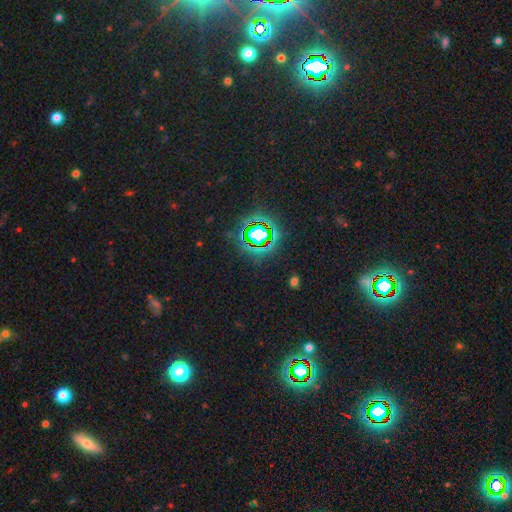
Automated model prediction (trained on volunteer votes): A star or artifact, not a galaxy (80%).